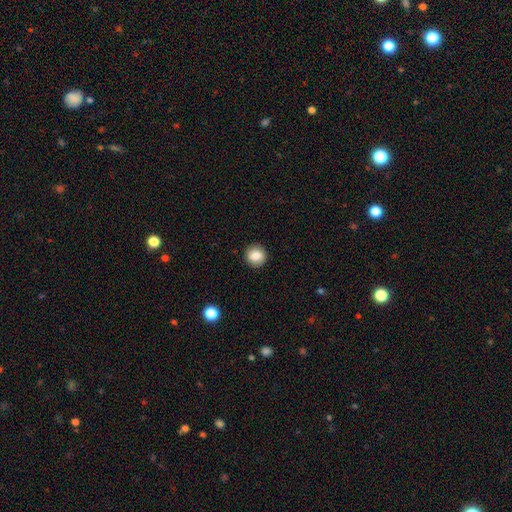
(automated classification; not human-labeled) smooth-or-featured: smooth: 86% | star or artifact: 9% | featured or disk: 5%
  how-rounded: round: 91% | in between: 8% | cigar-shaped: 1%
  merging: none: 91% | minor disturbance: 6% | major disturbance: 2% | merger: 1%